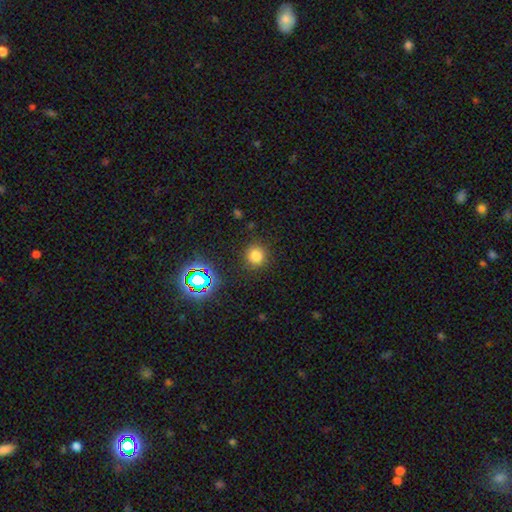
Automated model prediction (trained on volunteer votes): A smooth galaxy with no disk features (76%) that is round (92%).

Vote fractions:
- Smooth or featured? smooth: 76% / star or artifact: 19% / featured or disk: 6%
- How rounded? round: 92% / in between: 7% / cigar-shaped: 1%
- Merging? none: 87% / minor disturbance: 8% / major disturbance: 3% / merger: 2%